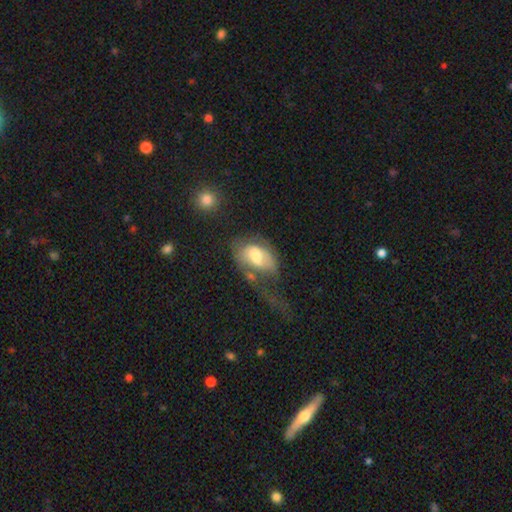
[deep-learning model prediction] This appears to be a smooth galaxy with no disk features (47%). Merging: major disturbance (51%).